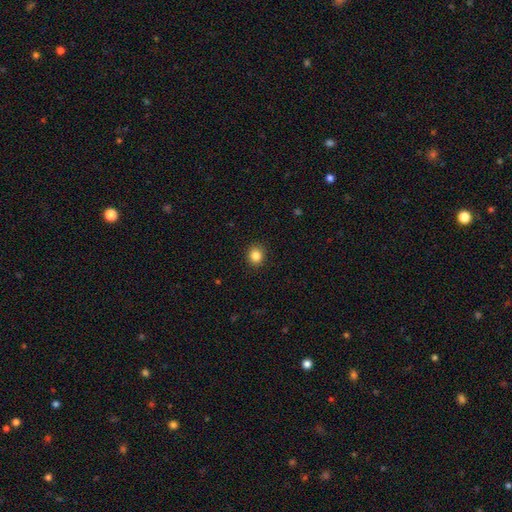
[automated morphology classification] A smooth galaxy with no disk features (85%) that is round (80%).

Vote fractions:
- Smooth or featured? smooth: 85% / star or artifact: 11% / featured or disk: 4%
- How rounded? round: 80% / in between: 19% / cigar-shaped: 1%
- Merging? none: 91% / minor disturbance: 6% / major disturbance: 2% / merger: 1%